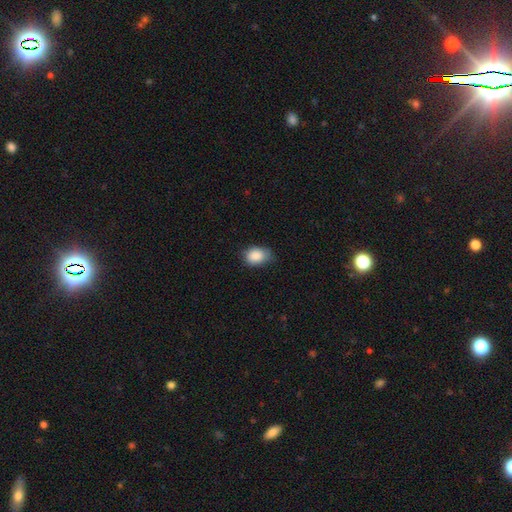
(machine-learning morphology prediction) smooth 87%, star or artifact 8%, featured or disk 5%. Down the decision tree: how rounded — in between (74%); merging — none (63%).